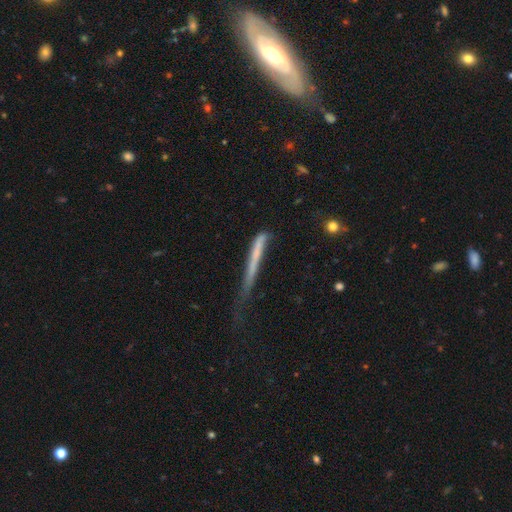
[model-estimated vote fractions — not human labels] Smooth or featured? Predicted: smooth (p=0.52). How rounded? Predicted: cigar-shaped (p=0.95). Merging? Predicted: none (p=0.39).